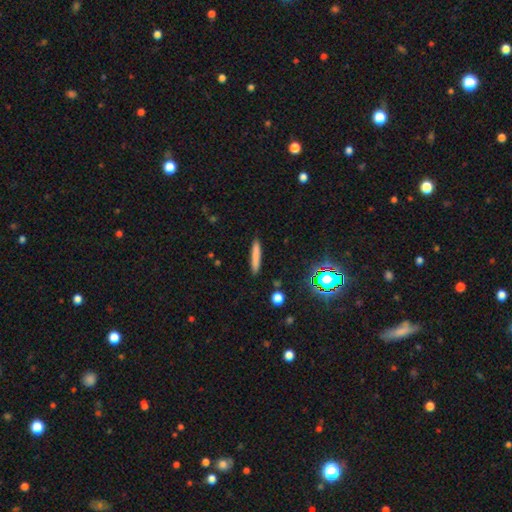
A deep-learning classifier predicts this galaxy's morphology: This is likely a smooth galaxy (77%). How rounded: clearly cigar-shaped (92%). Merging: clearly none (88%).